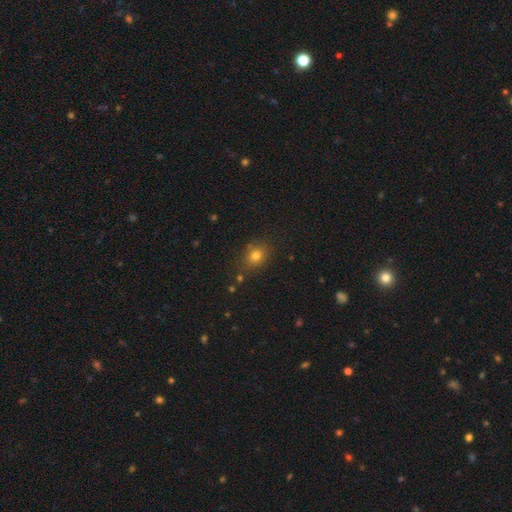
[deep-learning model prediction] A smooth galaxy with no disk features (76%) that is round (59%). Merging: none (78%).